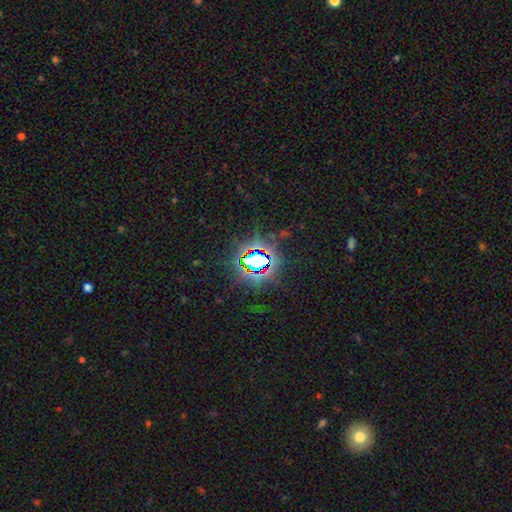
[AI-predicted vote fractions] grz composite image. It shows a star or artifact, not a galaxy (81%).